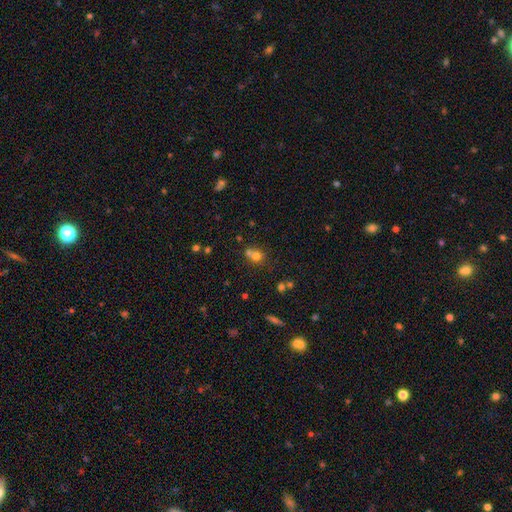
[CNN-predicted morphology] A smooth galaxy with no disk features (71%) that is round (78%). Merging: merger (47%).